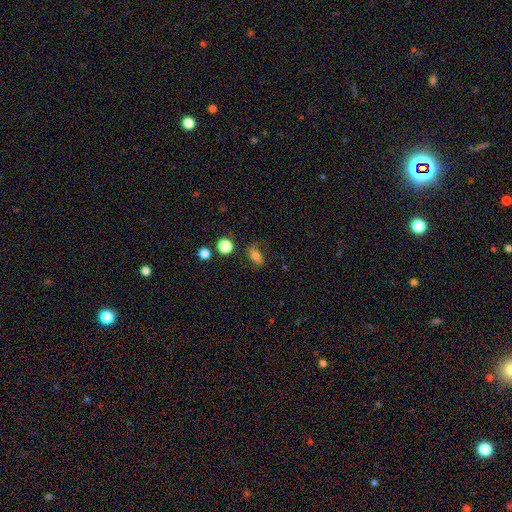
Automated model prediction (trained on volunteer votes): smooth_or_featured: smooth (p=0.71) [alt: featured or disk p=0.16]
how_rounded: in between (p=0.79) [alt: round p=0.16]
merging: none (p=0.67) [alt: minor disturbance p=0.21]